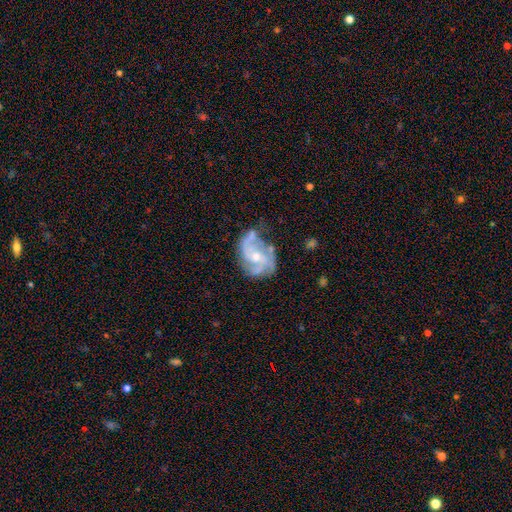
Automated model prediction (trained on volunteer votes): Smooth or featured? featured or disk (83%)
Edge-on disk? no (98%)
Bar? no (59%)
Spiral arms? yes (92%)
Spiral winding? medium (47%)
Spiral arm count? 2 (38%)
Bulge size? moderate (49%)
Merging? none (50%)